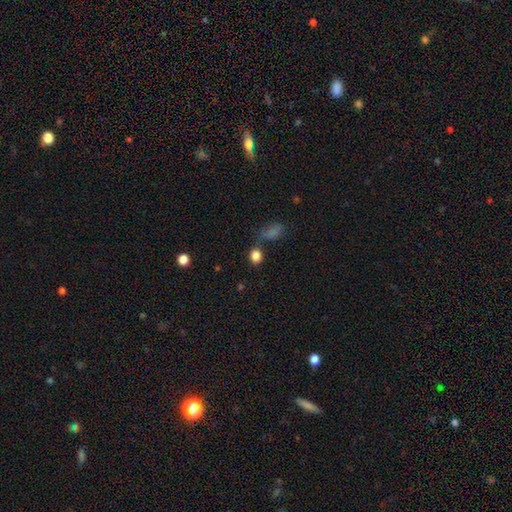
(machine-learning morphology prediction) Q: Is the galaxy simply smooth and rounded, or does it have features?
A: smooth — 84%.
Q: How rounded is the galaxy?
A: round — 54%.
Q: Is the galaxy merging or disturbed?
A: none — 66%.